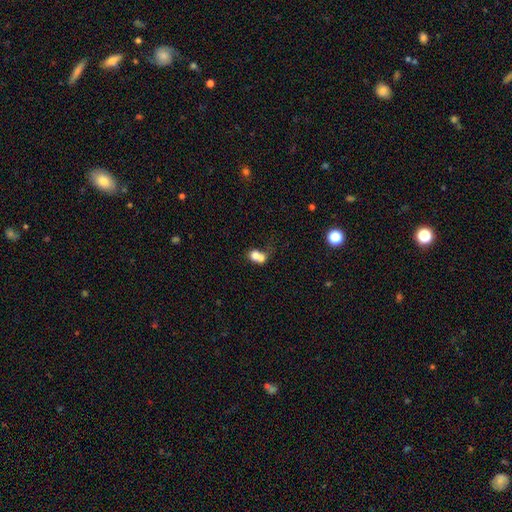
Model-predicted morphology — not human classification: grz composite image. It shows a smooth galaxy with no disk features (71%) that is round (56%). Merging: merger (66%).